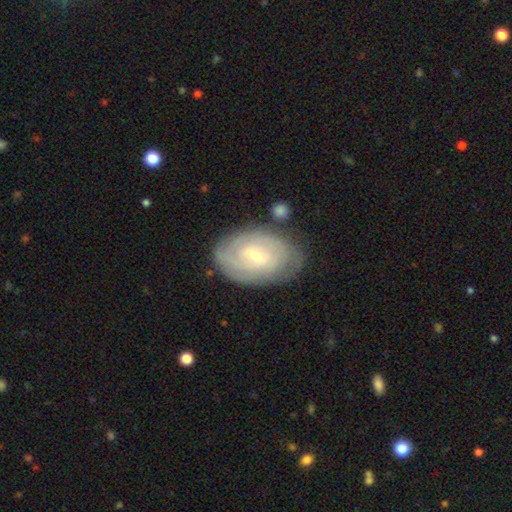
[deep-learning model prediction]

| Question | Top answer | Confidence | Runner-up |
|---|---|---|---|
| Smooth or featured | featured or disk | 75% | smooth (20%) |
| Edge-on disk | no | 96% | yes (4%) |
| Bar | weak | 51% | no (37%) |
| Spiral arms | yes | 86% | no (14%) |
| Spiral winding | tight | 76% | medium (18%) |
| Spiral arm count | can't tell | 50% | 2 (25%) |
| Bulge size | small | 64% | moderate (33%) |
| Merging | none | 77% | minor disturbance (16%) |